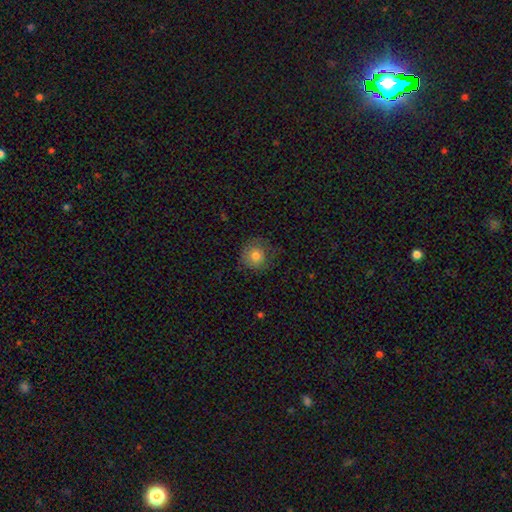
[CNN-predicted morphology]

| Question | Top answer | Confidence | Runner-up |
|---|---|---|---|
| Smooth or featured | smooth | 78% | featured or disk (11%) |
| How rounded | round | 90% | in between (9%) |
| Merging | none | 74% | minor disturbance (18%) |